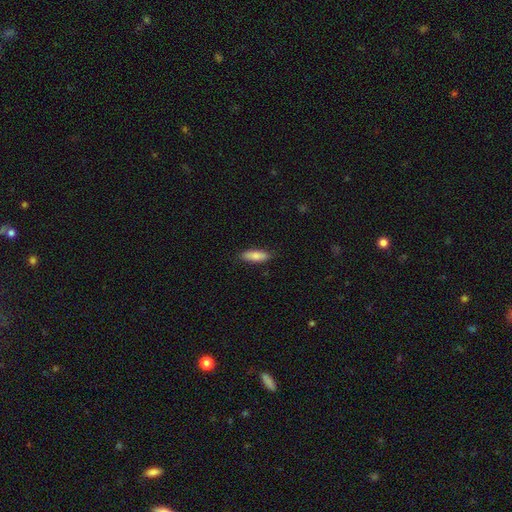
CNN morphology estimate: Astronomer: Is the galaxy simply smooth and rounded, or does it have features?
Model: smooth — 84%.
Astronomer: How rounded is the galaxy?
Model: in between — 53% (runner-up: cigar-shaped, 45%).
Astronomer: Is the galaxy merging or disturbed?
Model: none — 86%.